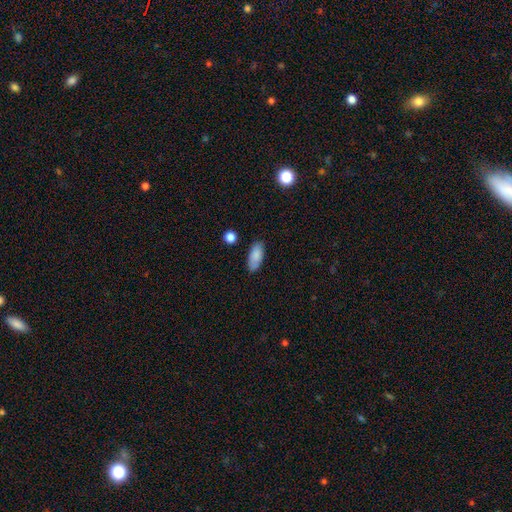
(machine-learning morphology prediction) Smooth or featured? smooth (85%)
How rounded? in between (86%)
Merging? none (82%)